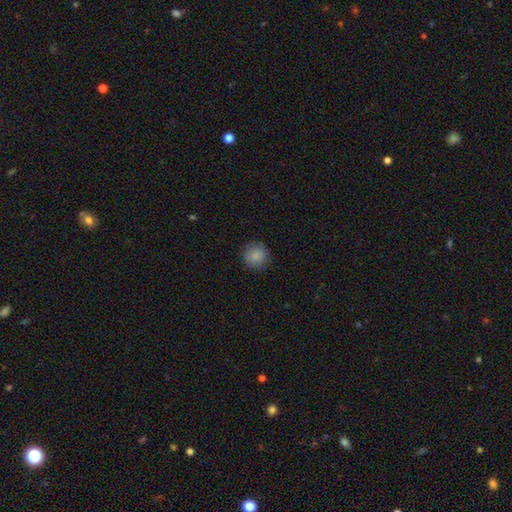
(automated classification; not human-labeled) smooth-or-featured: smooth: 87% | star or artifact: 9% | featured or disk: 5%
  how-rounded: round: 93% | in between: 6% | cigar-shaped: 1%
  merging: none: 88% | minor disturbance: 9% | major disturbance: 2% | merger: 1%